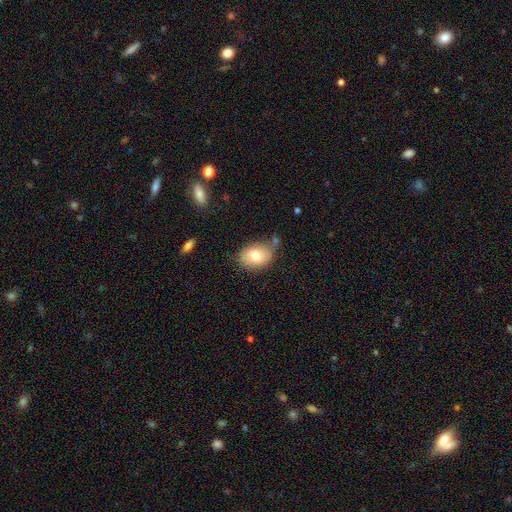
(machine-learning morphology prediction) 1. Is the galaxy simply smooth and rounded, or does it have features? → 78% smooth, 14% featured or disk, 8% star or artifact.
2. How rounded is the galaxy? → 81% in between, 18% round, 1% cigar-shaped.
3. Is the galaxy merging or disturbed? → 72% none, 18% minor disturbance, 6% merger, 4% major disturbance.